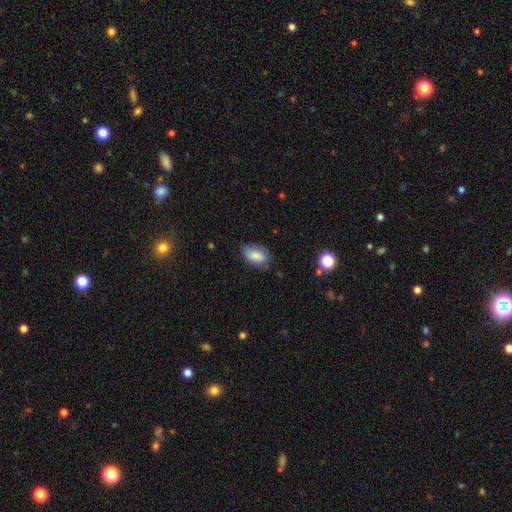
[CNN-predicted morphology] Q: Smooth or featured?
A: smooth (83%); runner-up: featured or disk (10%)
Q: How rounded?
A: in between (90%); runner-up: round (7%)
Q: Merging?
A: none (68%); runner-up: minor disturbance (25%)